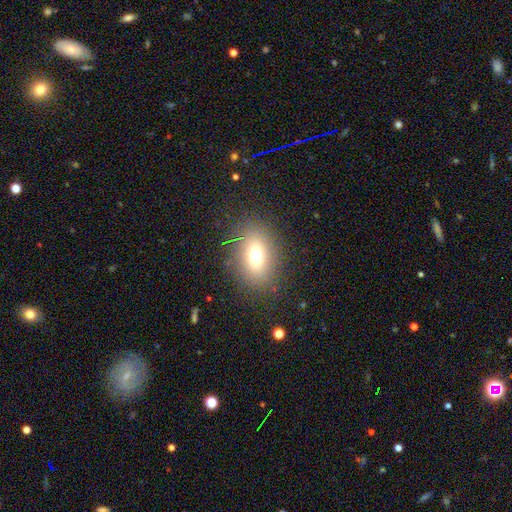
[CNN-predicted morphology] A smooth galaxy with no disk features (71%) that is in between round and cigar-shaped (75%).

Vote fractions:
- Smooth or featured? smooth: 71% / featured or disk: 15% / star or artifact: 14%
- How rounded? in between: 75% / round: 22% / cigar-shaped: 3%
- Merging? none: 84% / minor disturbance: 10% / major disturbance: 5% / merger: 1%